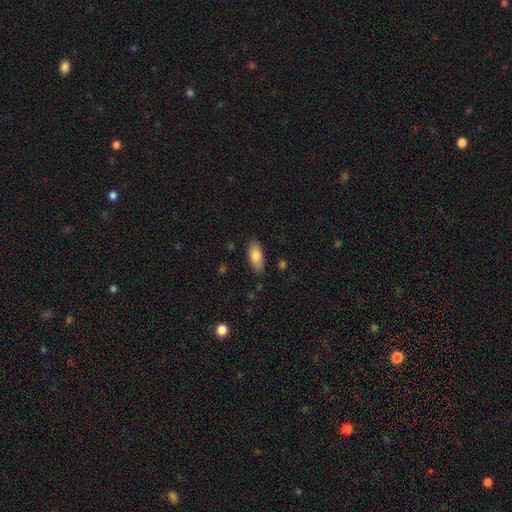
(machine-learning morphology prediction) Smooth or featured: smooth — 81% (featured or disk — 12%)
How rounded: in between — 87% (cigar-shaped — 10%)
Merging: none — 84% (minor disturbance — 12%)